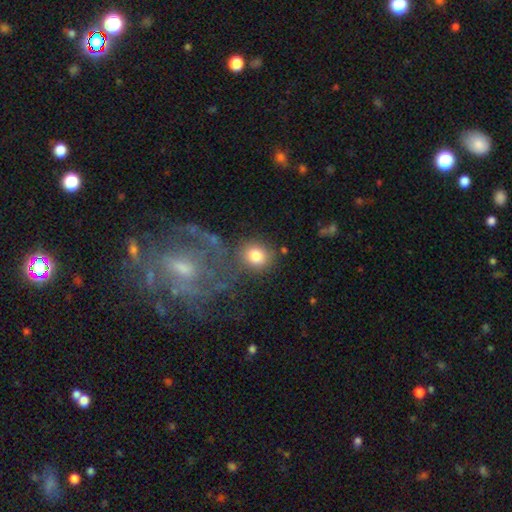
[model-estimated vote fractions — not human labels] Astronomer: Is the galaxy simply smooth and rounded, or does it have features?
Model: smooth — 79%.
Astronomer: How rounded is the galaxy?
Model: round — 73%.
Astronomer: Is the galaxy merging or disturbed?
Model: none — 69%.